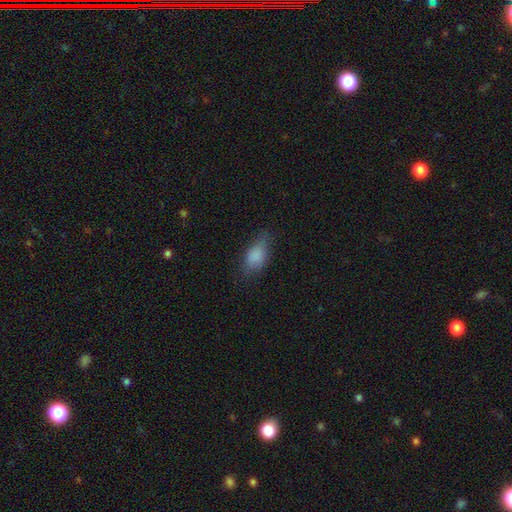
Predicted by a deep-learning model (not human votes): smooth 82%, featured or disk 10%, star or artifact 9%. Down the decision tree: how rounded — in between (87%); merging — none (61%).